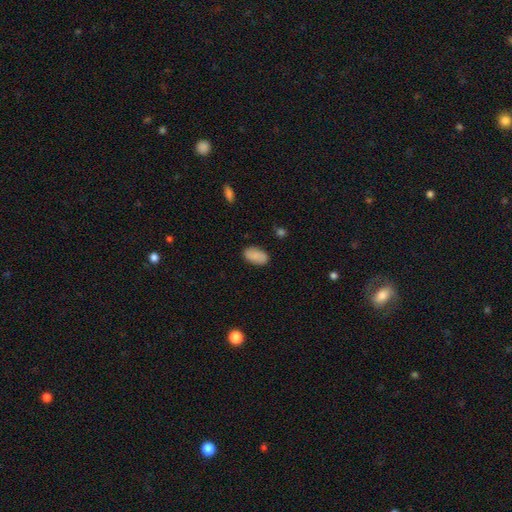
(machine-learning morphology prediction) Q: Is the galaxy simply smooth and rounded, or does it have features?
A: smooth — 85%.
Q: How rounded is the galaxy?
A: in between — 94%.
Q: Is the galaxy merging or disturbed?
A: none — 85%.